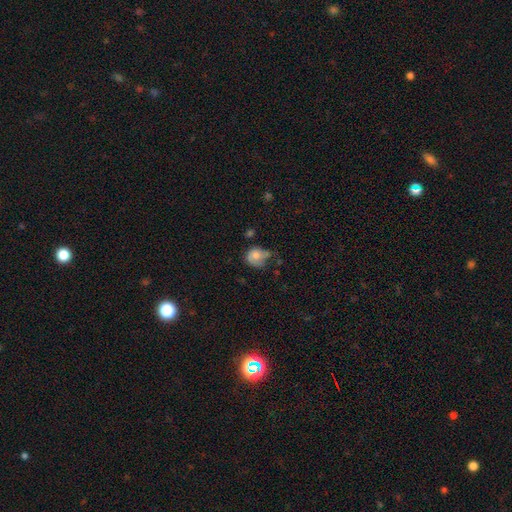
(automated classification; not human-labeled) smooth_or_featured: smooth (p=0.73) [alt: featured or disk p=0.18]
how_rounded: round (p=0.67) [alt: in between p=0.32]
merging: minor disturbance (p=0.36) [alt: none p=0.34]